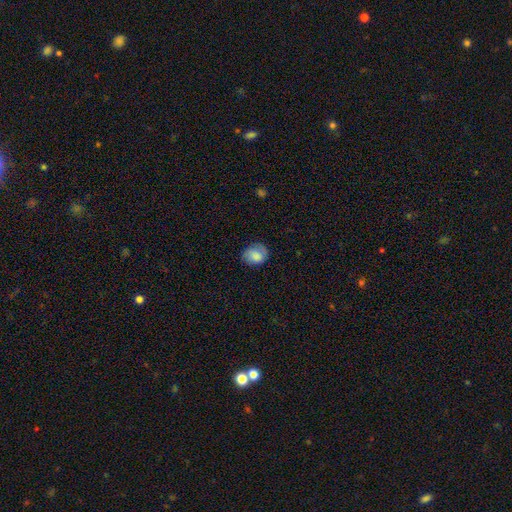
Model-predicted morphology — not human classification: smooth 78%, featured or disk 14%, star or artifact 8%. Down the decision tree: how rounded — round (57%); merging — none (69%).